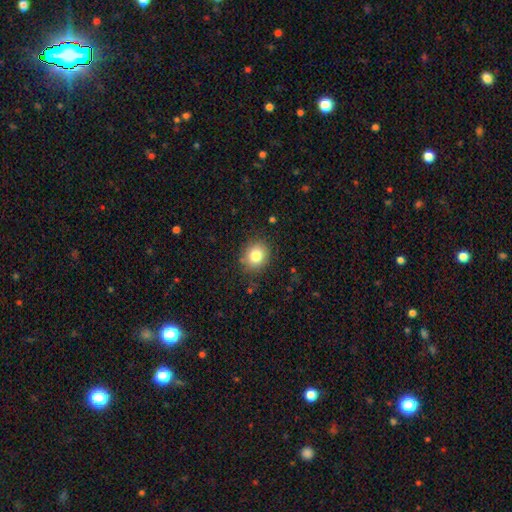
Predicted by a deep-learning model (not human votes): This is clearly a smooth galaxy (81%). How rounded: likely round (73%). Merging: clearly none (85%).